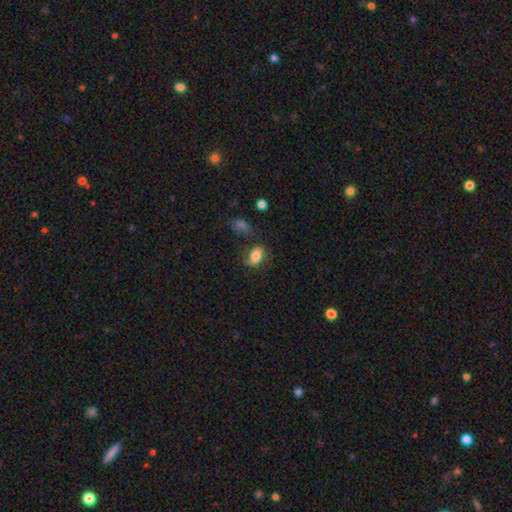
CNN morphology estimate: Smooth or featured? Predicted: smooth (p=0.73). How rounded? Predicted: in between (p=0.85). Merging? Predicted: none (p=0.55).